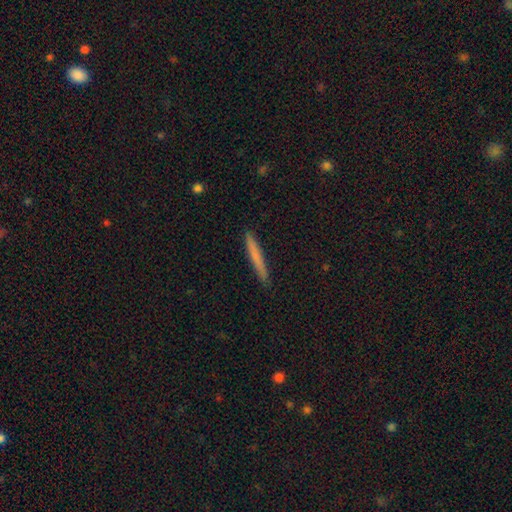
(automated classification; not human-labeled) smooth-or-featured: smooth: 71% | featured or disk: 24% | star or artifact: 6%
  how-rounded: cigar-shaped: 97% | in between: 2% | round: 1%
  merging: none: 90% | minor disturbance: 7% | major disturbance: 1% | merger: 1%